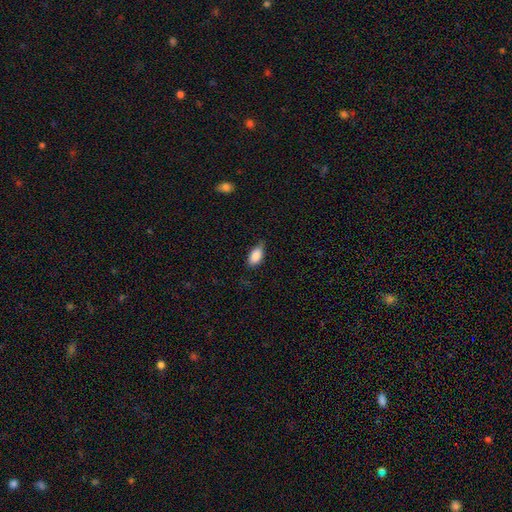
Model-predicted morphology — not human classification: type=smooth (87%); roundness=in between (92%); merging=none (68%).